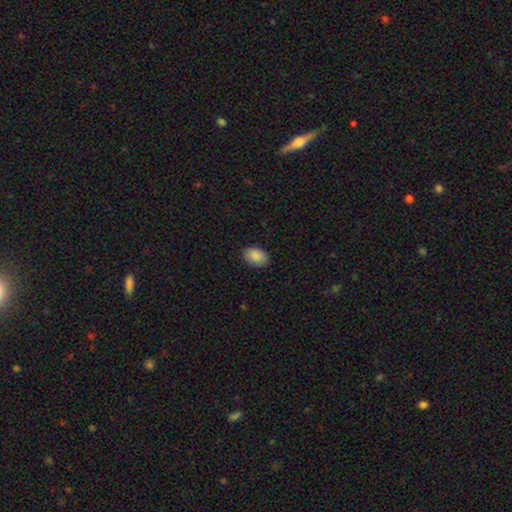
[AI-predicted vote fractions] smooth_or_featured: smooth (p=0.89) [alt: star or artifact p=0.07]
how_rounded: in between (p=0.84) [alt: round p=0.15]
merging: none (p=0.88) [alt: minor disturbance p=0.09]